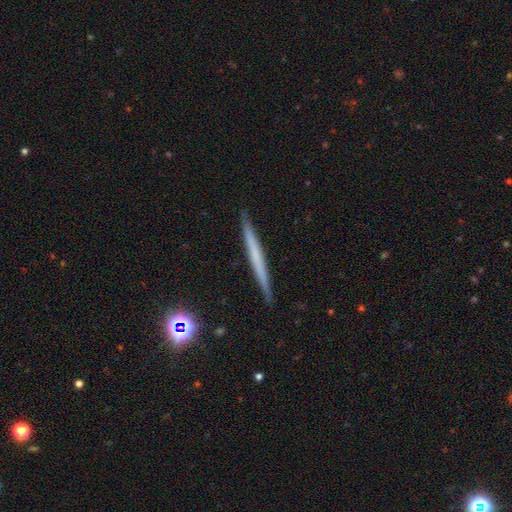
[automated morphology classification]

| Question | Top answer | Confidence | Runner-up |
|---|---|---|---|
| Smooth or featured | smooth | 47% | featured or disk (45%) |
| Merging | none | 91% | minor disturbance (6%) |